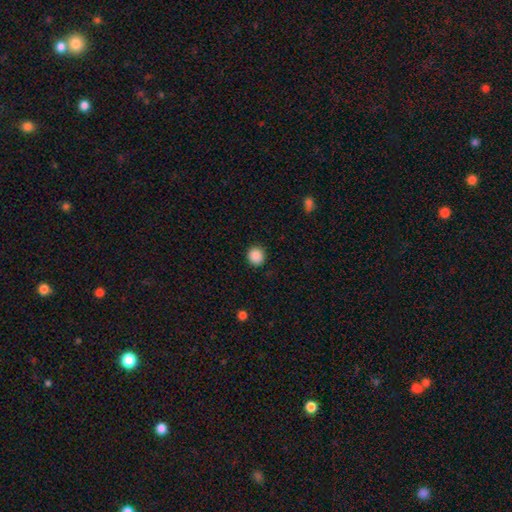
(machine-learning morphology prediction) type=smooth (88%); roundness=round (90%); merging=none (90%).